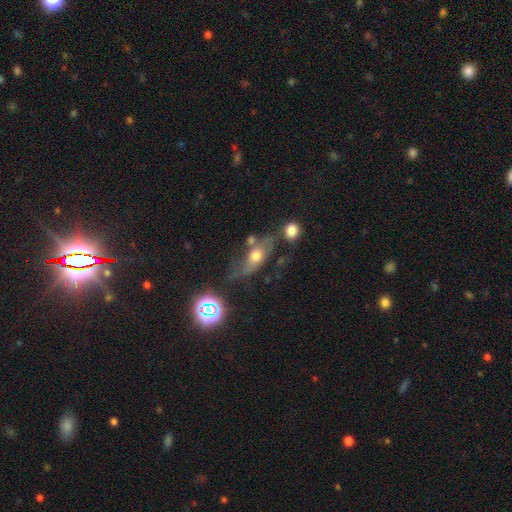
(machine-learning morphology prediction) A smooth galaxy with no disk features (49%).

Vote fractions:
- Smooth or featured? smooth: 49% / featured or disk: 38% / star or artifact: 13%
- Merging? none: 42% / minor disturbance: 23% / major disturbance: 19% / merger: 16%